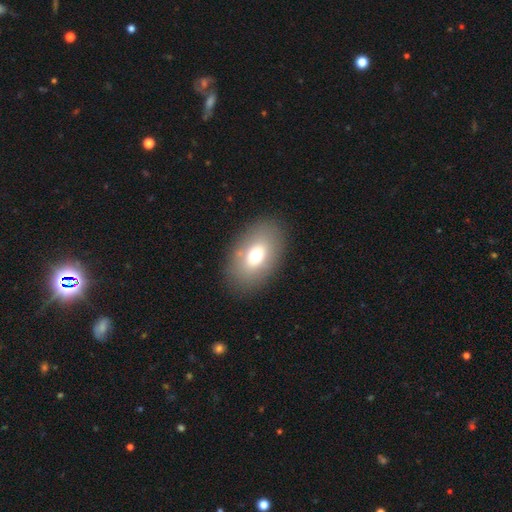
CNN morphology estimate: A smooth galaxy with no disk features (69%) that is in between round and cigar-shaped (87%). Merging: none (85%).